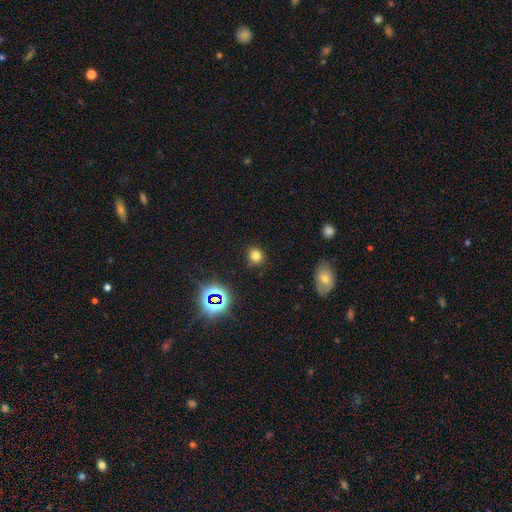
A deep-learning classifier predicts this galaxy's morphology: A smooth galaxy with no disk features (75%) that is round (80%).

Vote fractions:
- Smooth or featured? smooth: 75% / star or artifact: 19% / featured or disk: 6%
- How rounded? round: 80% / in between: 19% / cigar-shaped: 1%
- Merging? none: 86% / minor disturbance: 10% / major disturbance: 3% / merger: 2%